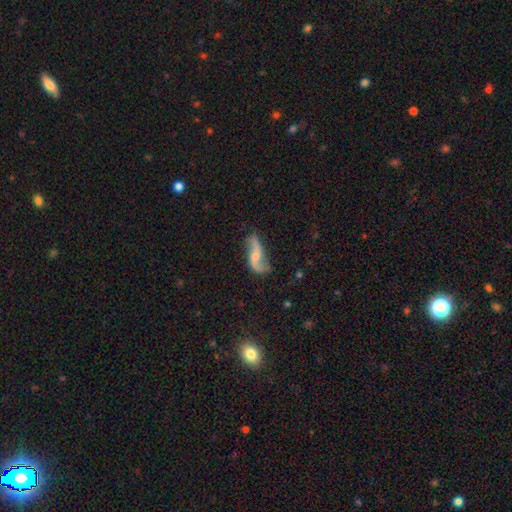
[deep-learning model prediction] featured or disk 80%, smooth 14%, star or artifact 6%. Down the decision tree: edge-on disk — no (94%); bar — no (56%); spiral arms — yes (94%); spiral arm count — 2 (92%); spiral winding — loose (88%); bulge size — small (52%); merging — none (68%).